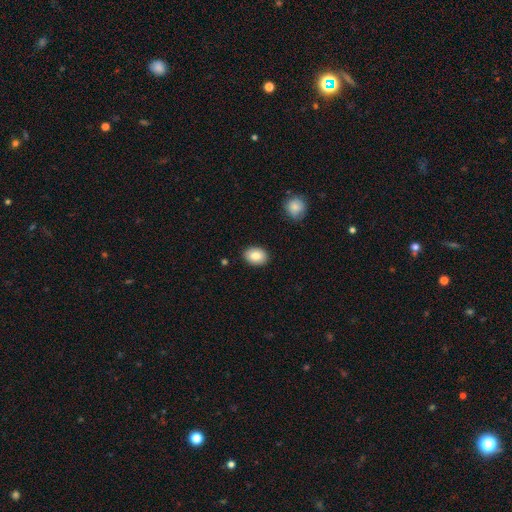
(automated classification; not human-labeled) smooth-or-featured: smooth: 83% | featured or disk: 9% | star or artifact: 7%
  how-rounded: in between: 71% | round: 28% | cigar-shaped: 1%
  merging: none: 88% | minor disturbance: 8% | major disturbance: 2% | merger: 1%